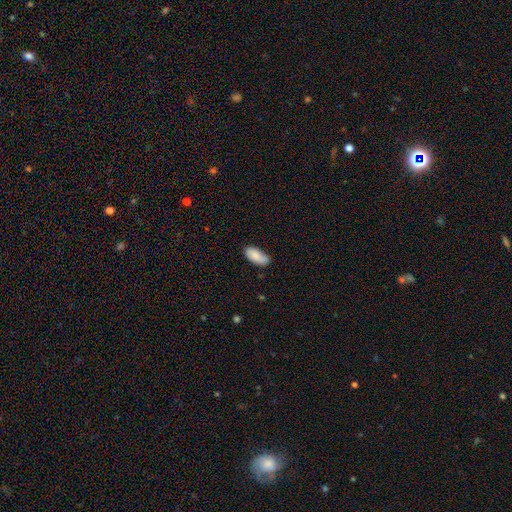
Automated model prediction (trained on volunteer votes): smooth 81%, featured or disk 12%, star or artifact 6%. Down the decision tree: how rounded — in between (91%); merging — none (67%).